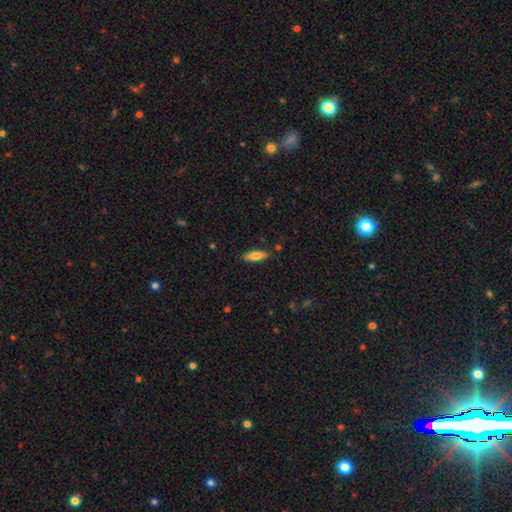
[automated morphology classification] Q: Smooth or featured?
A: smooth (69%); runner-up: featured or disk (24%)
Q: How rounded?
A: cigar-shaped (59%); runner-up: in between (39%)
Q: Merging?
A: none (86%); runner-up: minor disturbance (10%)